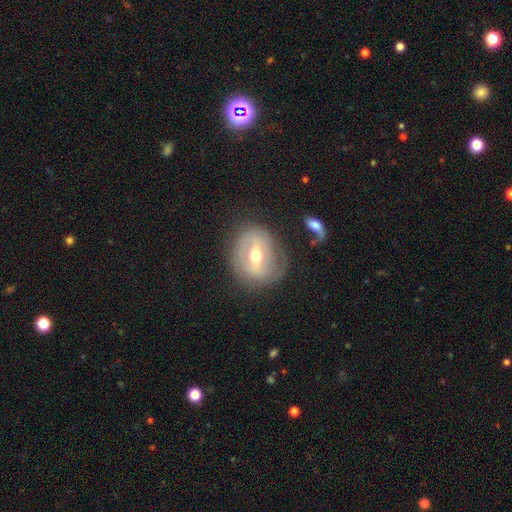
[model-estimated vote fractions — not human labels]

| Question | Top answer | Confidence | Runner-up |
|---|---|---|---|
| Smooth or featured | featured or disk | 67% | smooth (26%) |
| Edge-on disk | no | 93% | yes (7%) |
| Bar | strong | 44% | weak (41%) |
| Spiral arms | yes | 57% | no (43%) |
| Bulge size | moderate | 73% | small (19%) |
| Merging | none | 69% | minor disturbance (19%) |